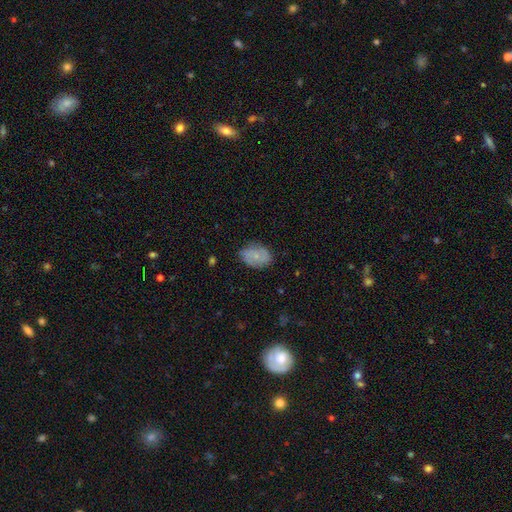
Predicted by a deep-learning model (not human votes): A smooth galaxy with no disk features (66%) that is in between round and cigar-shaped (79%).

Vote fractions:
- Smooth or featured? smooth: 66% / featured or disk: 26% / star or artifact: 8%
- How rounded? in between: 79% / round: 19% / cigar-shaped: 1%
- Merging? none: 74% / minor disturbance: 21% / major disturbance: 4% / merger: 1%